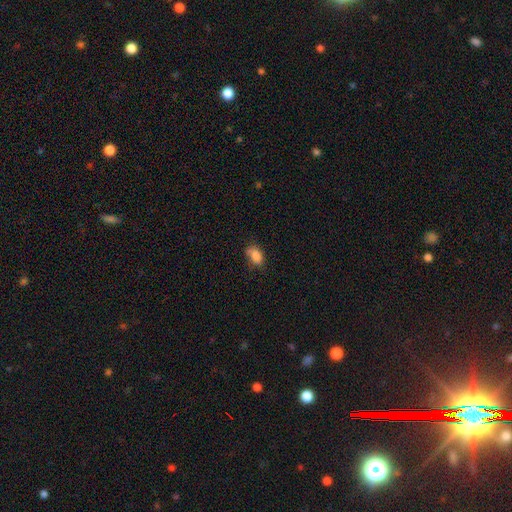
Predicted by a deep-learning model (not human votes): smooth-or-featured: smooth: 82% | star or artifact: 9% | featured or disk: 8%
  how-rounded: in between: 86% | round: 11% | cigar-shaped: 3%
  merging: none: 57% | minor disturbance: 30% | major disturbance: 8% | merger: 5%